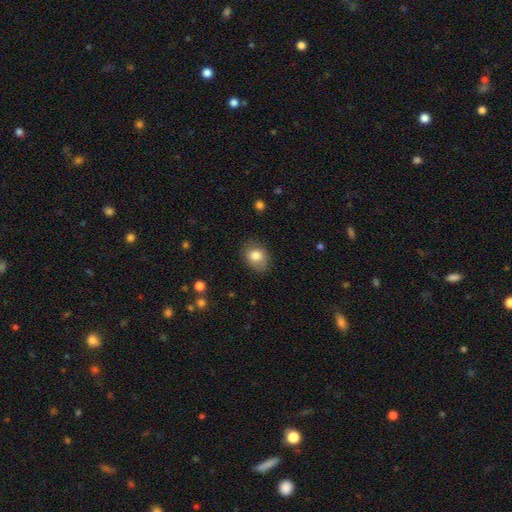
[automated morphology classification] Q: Smooth or featured?
A: smooth (81%); runner-up: featured or disk (10%)
Q: How rounded?
A: in between (60%); runner-up: round (39%)
Q: Merging?
A: none (74%); runner-up: minor disturbance (20%)